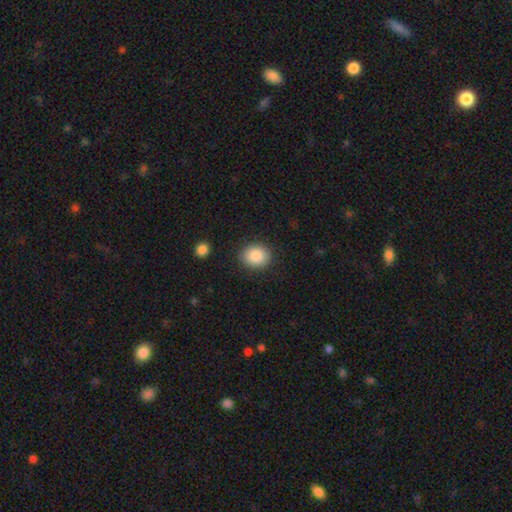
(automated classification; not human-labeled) Smooth or featured?
  - smooth: 87% *
  - star or artifact: 8%
  - featured or disk: 5%
How rounded?
  - round: 61% *
  - in between: 38%
  - cigar-shaped: 1%
Merging?
  - none: 87% *
  - minor disturbance: 9%
  - major disturbance: 3%
  - merger: 2%